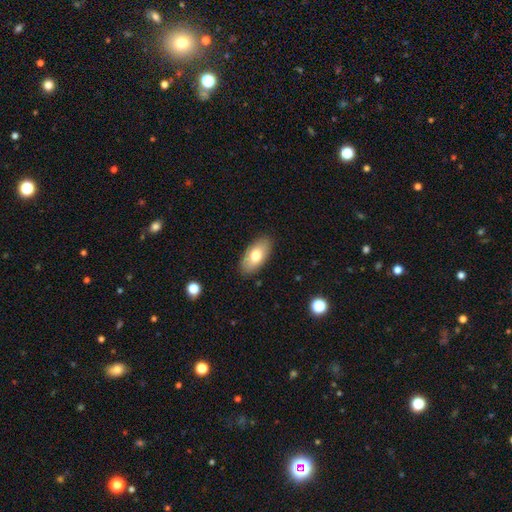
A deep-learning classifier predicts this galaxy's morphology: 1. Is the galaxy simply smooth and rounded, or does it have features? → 74% smooth, 19% featured or disk, 7% star or artifact.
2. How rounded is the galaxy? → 92% in between, 5% cigar-shaped, 3% round.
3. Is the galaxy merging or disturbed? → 87% none, 9% minor disturbance, 2% major disturbance, 1% merger.